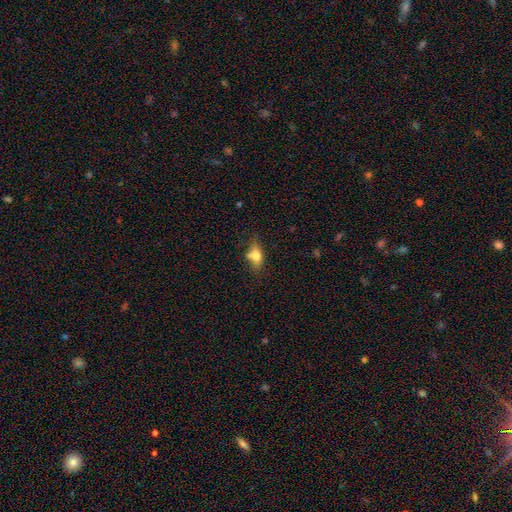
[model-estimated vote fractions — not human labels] smooth-or-featured: smooth: 63% | featured or disk: 27% | star or artifact: 10%
  how-rounded: in between: 73% | cigar-shaped: 19% | round: 8%
  merging: none: 56% | minor disturbance: 21% | merger: 16% | major disturbance: 8%